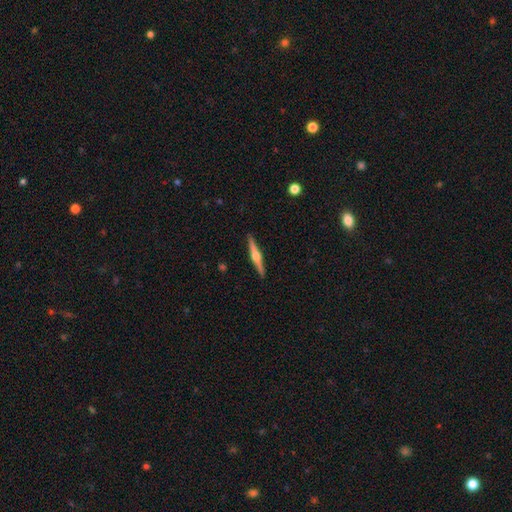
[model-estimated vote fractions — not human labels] smooth-or-featured: featured or disk: 77% | smooth: 18% | star or artifact: 5%
  disk-edge-on: yes: 98% | no: 2%
    edge-on-bulge: rounded: 93% | boxy: 5% | none: 2%
  merging: none: 92% | minor disturbance: 6% | major disturbance: 1% | merger: 1%